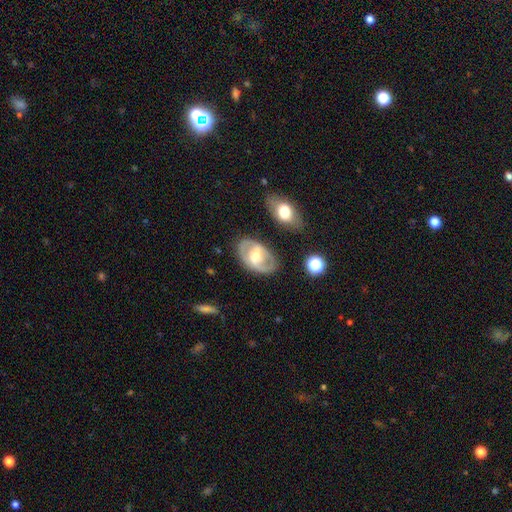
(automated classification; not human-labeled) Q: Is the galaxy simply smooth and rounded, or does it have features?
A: featured or disk — 67%.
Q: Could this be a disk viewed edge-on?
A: no — 93%.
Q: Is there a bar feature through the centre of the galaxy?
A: weak — 41%.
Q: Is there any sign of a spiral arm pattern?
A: yes — 57%.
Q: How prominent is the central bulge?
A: moderate — 60%.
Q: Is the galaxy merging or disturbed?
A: none — 75%.